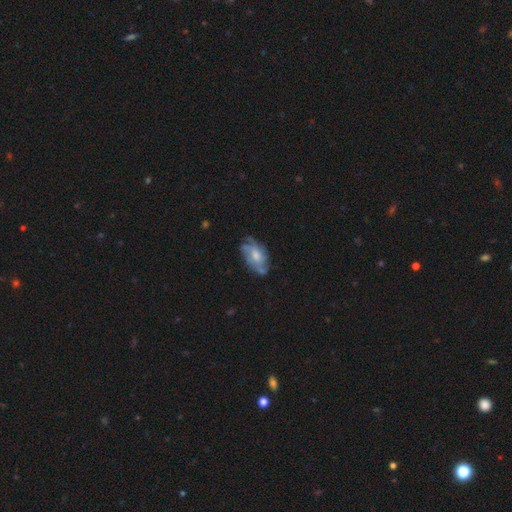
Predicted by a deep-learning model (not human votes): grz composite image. It shows a featured or disk galaxy (61%) with no bar (70%), spiral arms (76%) and a moderate central bulge (57%). Merging: none (59%).